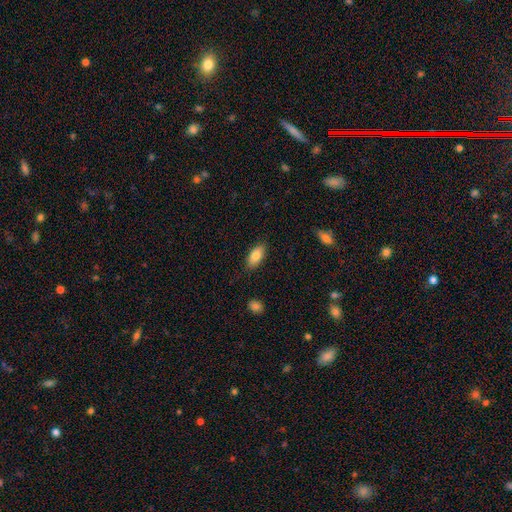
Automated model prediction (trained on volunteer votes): smooth 81%, featured or disk 12%, star or artifact 7%. Down the decision tree: how rounded — in between (89%); merging — none (85%).